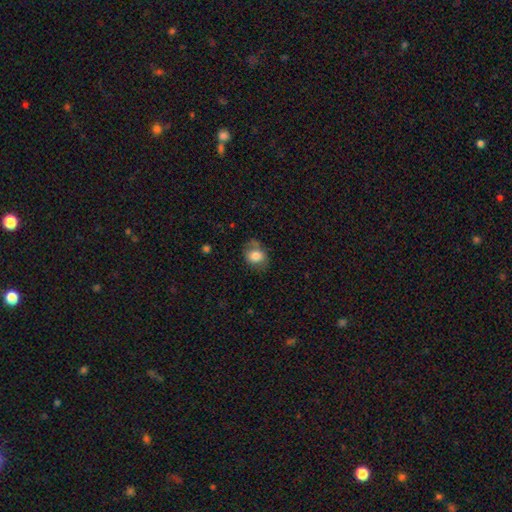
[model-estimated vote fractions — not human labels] smooth_or_featured: smooth (p=0.78) [alt: featured or disk p=0.14]
how_rounded: in between (p=0.51) [alt: round p=0.48]
merging: none (p=0.55) [alt: minor disturbance p=0.28]